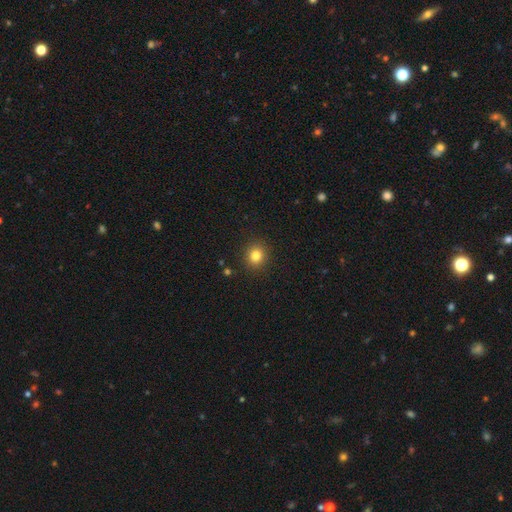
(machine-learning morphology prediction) Overall: smooth (83%). How rounded: round (85%). Merging: none (91%).